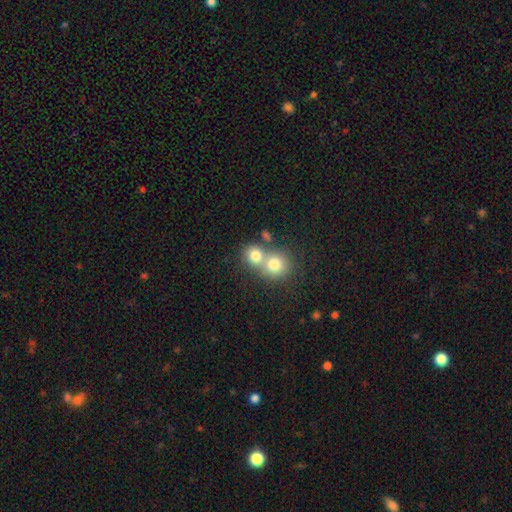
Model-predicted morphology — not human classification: smooth-or-featured: smooth: 76% | featured or disk: 12% | star or artifact: 11%
  how-rounded: round: 80% | in between: 19% | cigar-shaped: 1%
  merging: merger: 56% | none: 36% | minor disturbance: 6% | major disturbance: 3%